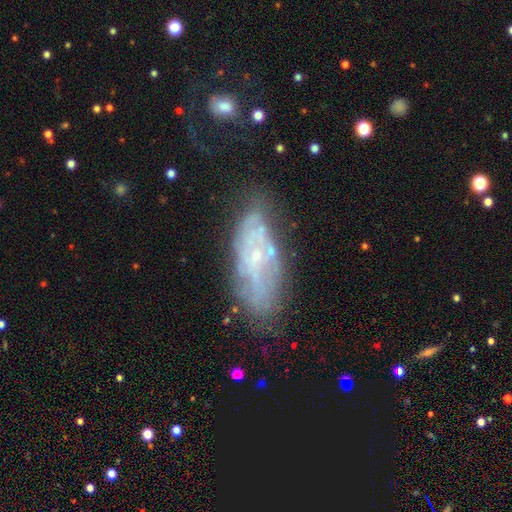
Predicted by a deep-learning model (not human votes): featured or disk 65%, smooth 26%, star or artifact 10%. Down the decision tree: edge-on disk — no (82%); bar — no (76%); spiral arms — yes (51%); bulge size — small (75%); merging — none (63%).